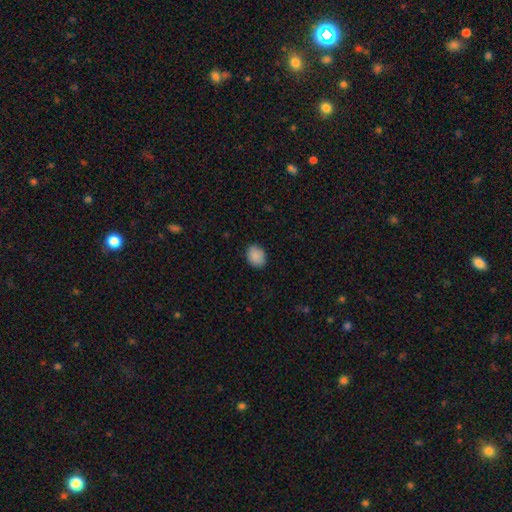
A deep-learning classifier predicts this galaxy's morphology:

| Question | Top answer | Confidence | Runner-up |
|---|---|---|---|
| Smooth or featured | smooth | 89% | star or artifact (8%) |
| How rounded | in between | 55% | round (44%) |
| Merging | none | 86% | minor disturbance (11%) |